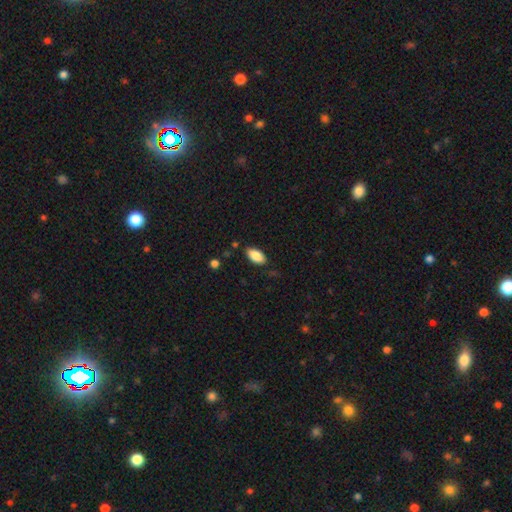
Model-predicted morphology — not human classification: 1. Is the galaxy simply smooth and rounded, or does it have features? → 86% smooth, 7% star or artifact, 7% featured or disk.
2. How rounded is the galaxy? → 93% in between, 4% cigar-shaped, 3% round.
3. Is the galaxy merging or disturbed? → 83% none, 12% minor disturbance, 3% major disturbance, 2% merger.